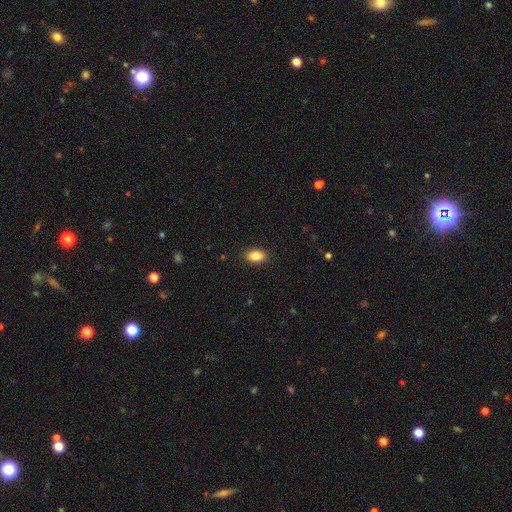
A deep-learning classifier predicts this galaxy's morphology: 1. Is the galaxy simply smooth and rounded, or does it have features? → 86% smooth, 8% star or artifact, 6% featured or disk.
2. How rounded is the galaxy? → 88% in between, 10% round, 2% cigar-shaped.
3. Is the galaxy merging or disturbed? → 89% none, 8% minor disturbance, 2% major disturbance, 1% merger.